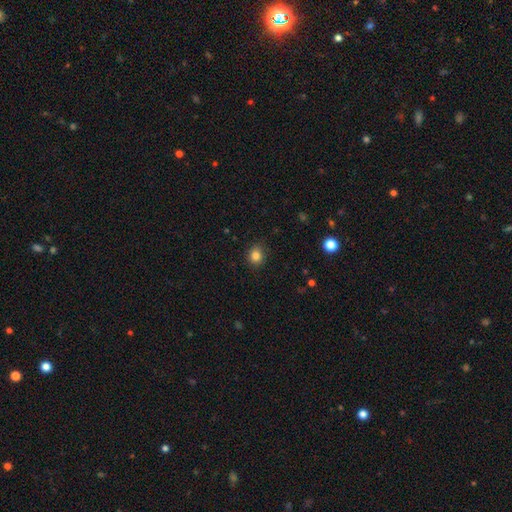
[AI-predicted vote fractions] Morphology: type=smooth (84%); roundness=round (74%); merging=none (86%).